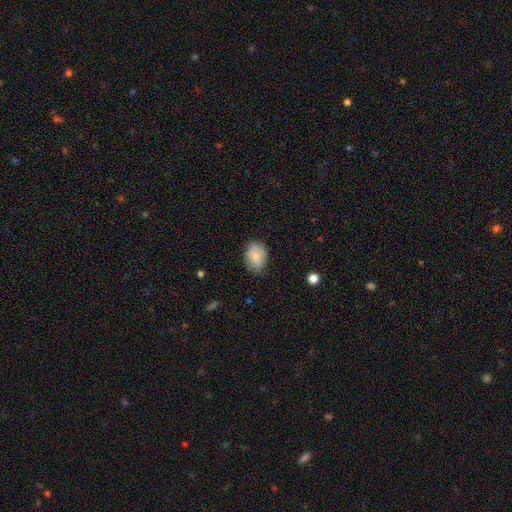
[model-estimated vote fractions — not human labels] Smooth or featured: smooth — 77% (featured or disk — 16%)
How rounded: in between — 75% (round — 24%)
Merging: none — 70% (minor disturbance — 24%)